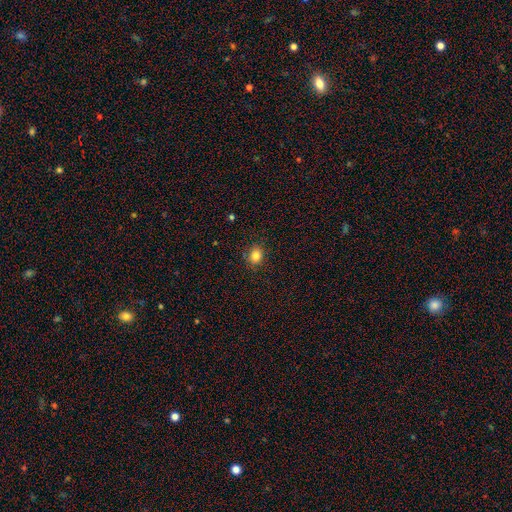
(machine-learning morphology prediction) smooth 82%, star or artifact 12%, featured or disk 6%. Down the decision tree: how rounded — round (61%); merging — none (86%).